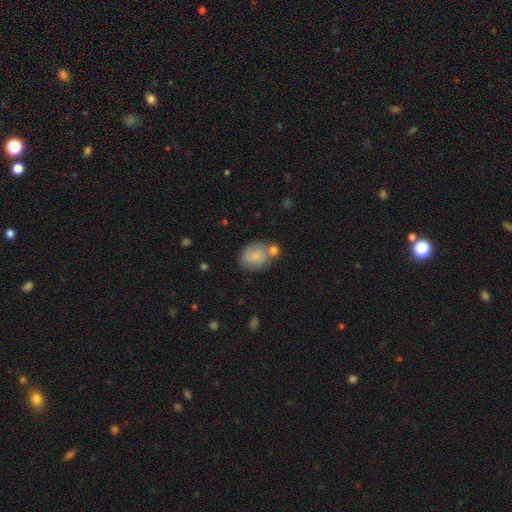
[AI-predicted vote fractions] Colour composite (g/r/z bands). It shows a smooth galaxy with no disk features (68%) that is in between round and cigar-shaped (51%). Merging: none (49%).